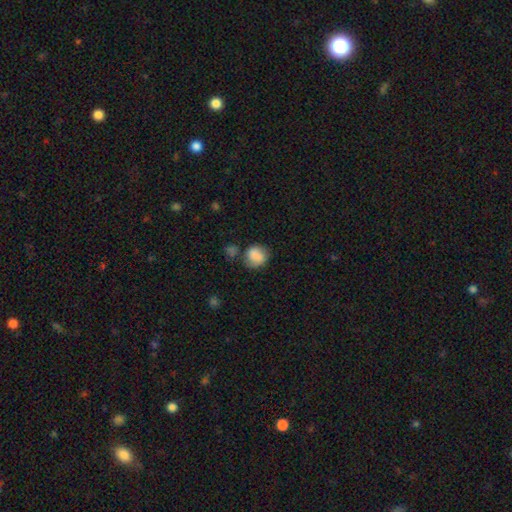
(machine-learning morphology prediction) Smooth or featured: smooth — 80% (featured or disk — 12%)
How rounded: round — 73% (in between — 26%)
Merging: none — 59% (minor disturbance — 23%)